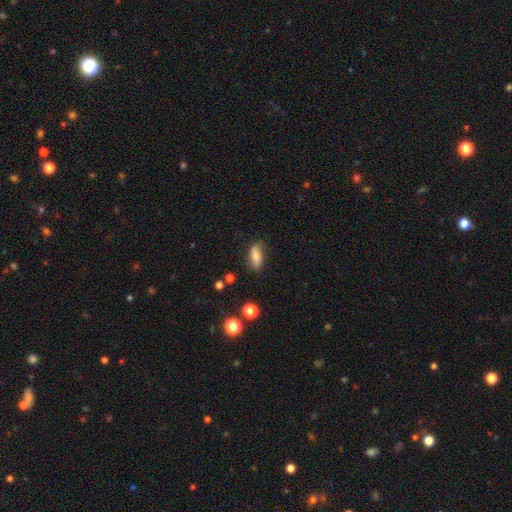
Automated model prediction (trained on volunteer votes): The model was most divided on "smooth or featured": smooth: 71%, featured or disk: 20%, star or artifact: 8%. More confident: merging — none (79%); how rounded — in between (78%).